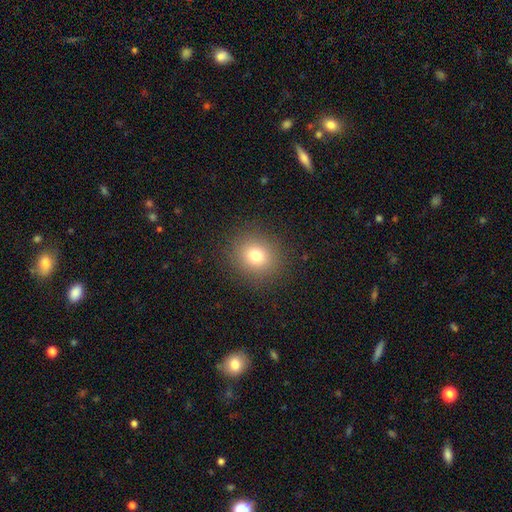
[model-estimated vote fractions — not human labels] smooth 77%, star or artifact 14%, featured or disk 9%. Down the decision tree: how rounded — round (84%); merging — none (90%).